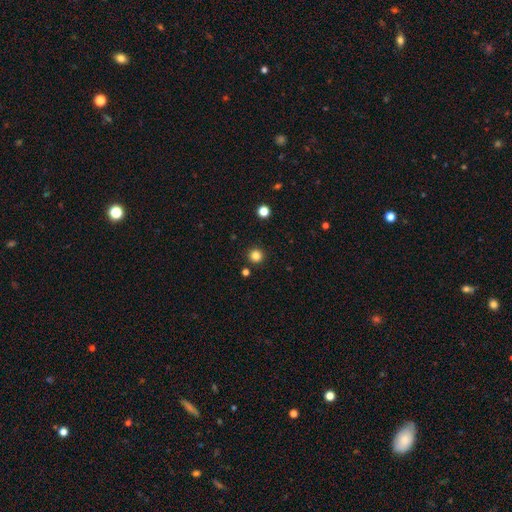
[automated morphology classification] smooth-or-featured: smooth: 83% | star or artifact: 13% | featured or disk: 4%
  how-rounded: round: 96% | in between: 3% | cigar-shaped: 1%
  merging: none: 91% | minor disturbance: 5% | merger: 2% | major disturbance: 2%